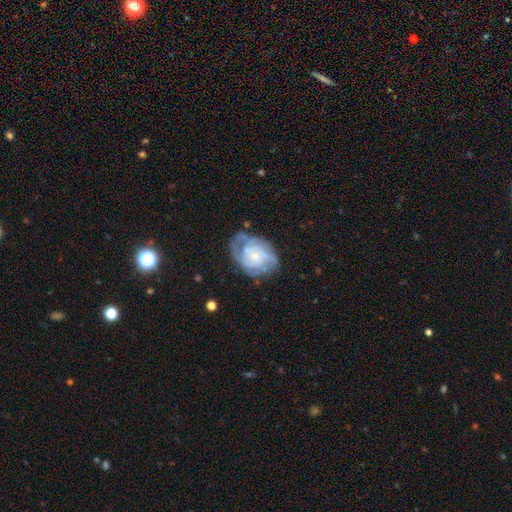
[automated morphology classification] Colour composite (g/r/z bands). It shows a featured or disk galaxy (76%) with no bar (70%), tight (52%) spiral arms (90%) and a small central bulge (60%). Merging: none (61%).